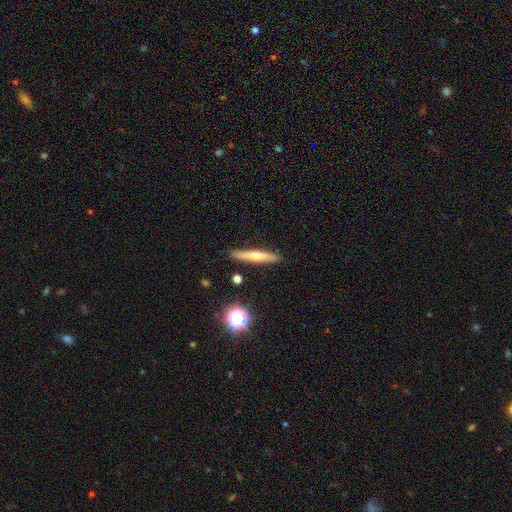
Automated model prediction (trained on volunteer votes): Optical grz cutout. It shows a featured or disk galaxy (47%). Merging: none (89%).